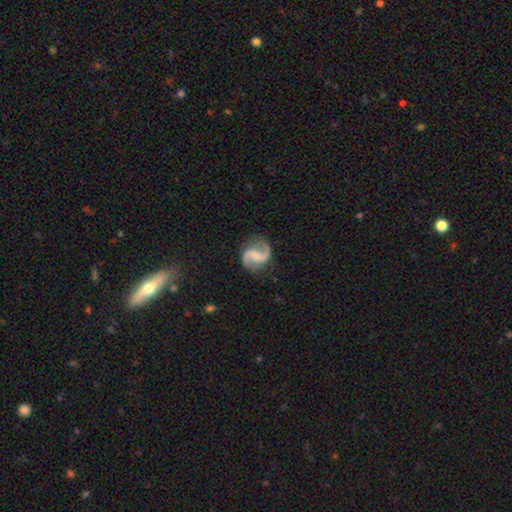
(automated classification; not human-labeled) This appears to be a featured or disk galaxy (89%) with a weak bar (46%), 2 (94%) loose (53%) spiral arms (98%) and a small central bulge (39%, tied with none). Merging: none (83%).